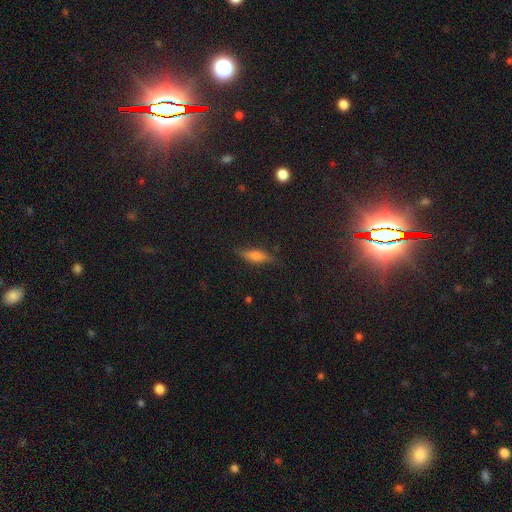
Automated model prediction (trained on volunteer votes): The model was most divided on "how rounded": cigar-shaped: 55%, in between: 41%, round: 4%. More confident: merging — none (79%); smooth or featured — smooth (56%).